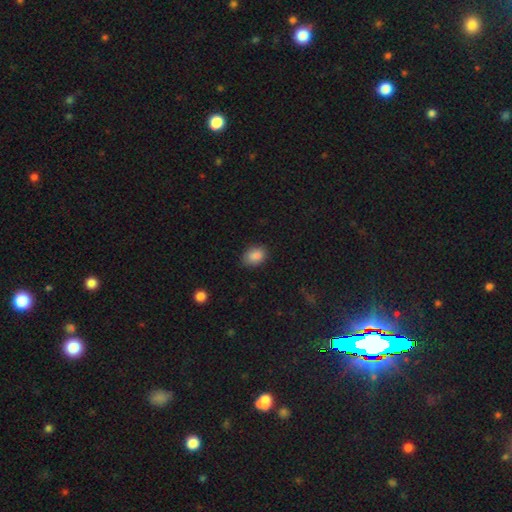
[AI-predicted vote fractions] Smooth or featured? smooth (87%)
How rounded? in between (69%)
Merging? none (79%)